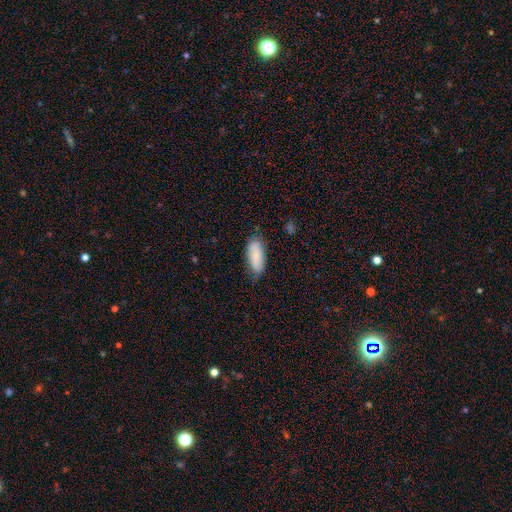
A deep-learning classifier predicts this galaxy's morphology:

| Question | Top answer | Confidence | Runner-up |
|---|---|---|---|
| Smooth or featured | smooth | 78% | featured or disk (16%) |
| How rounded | in between | 84% | cigar-shaped (14%) |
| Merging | none | 73% | minor disturbance (22%) |